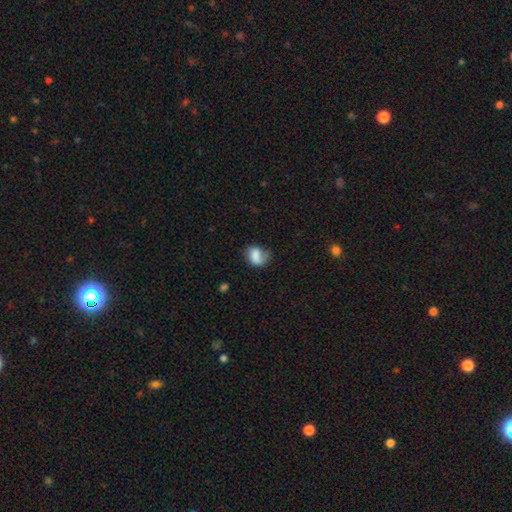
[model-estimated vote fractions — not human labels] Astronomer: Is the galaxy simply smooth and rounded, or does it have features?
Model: smooth — 73%.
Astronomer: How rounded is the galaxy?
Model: in between — 60% (runner-up: round, 38%).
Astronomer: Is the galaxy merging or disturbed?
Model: none — 40% (runner-up: minor disturbance, 31%).